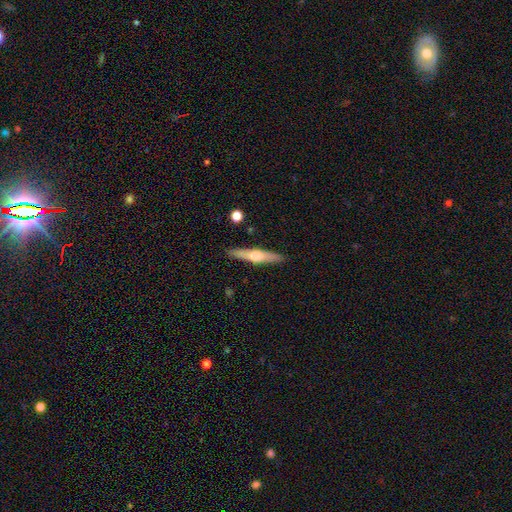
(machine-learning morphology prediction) Q: Smooth or featured?
A: featured or disk (54%); runner-up: smooth (40%)
Q: Edge-on disk?
A: yes (94%); runner-up: no (6%)
Q: Edge-on bulge?
A: rounded (90%); runner-up: none (6%)
Q: Merging?
A: none (90%); runner-up: minor disturbance (7%)